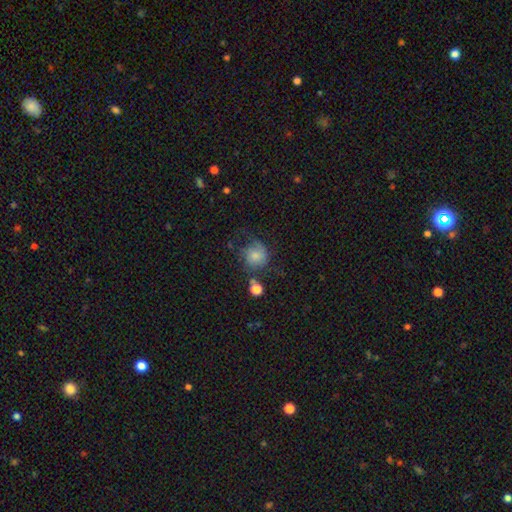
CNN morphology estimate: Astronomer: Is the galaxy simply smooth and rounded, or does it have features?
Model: smooth — 68%.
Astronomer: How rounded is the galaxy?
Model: round — 79%.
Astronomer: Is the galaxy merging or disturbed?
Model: none — 42% (runner-up: minor disturbance, 27%).